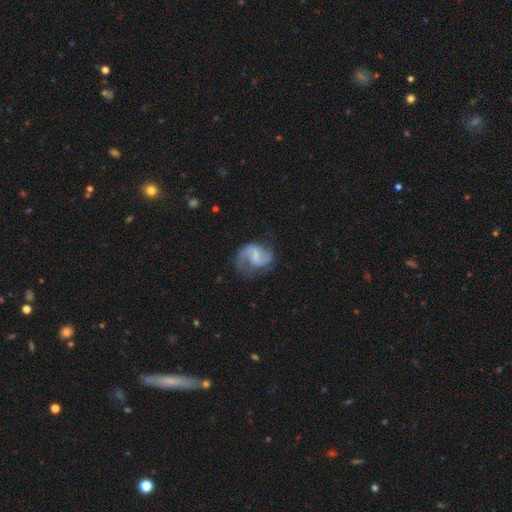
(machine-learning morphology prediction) Smooth or featured: featured or disk — 80% (smooth — 14%)
Edge-on disk: no — 98% (yes — 2%)
Bar: weak — 52% (no — 35%)
Spiral arms: yes — 93% (no — 7%)
Spiral winding: medium — 45% (loose — 43%)
Spiral arm count: 2 — 79% (1 — 11%)
Bulge size: small — 41% (none — 36%)
Merging: none — 55% (minor disturbance — 22%)